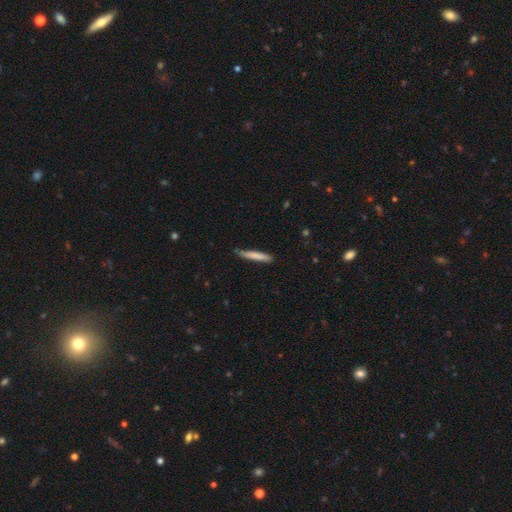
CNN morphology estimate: The model was most divided on "smooth or featured": smooth: 76%, featured or disk: 19%, star or artifact: 5%. More confident: how rounded — cigar-shaped (94%); merging — none (82%).